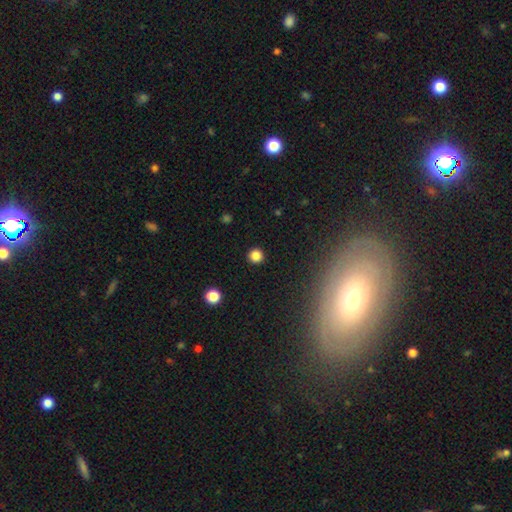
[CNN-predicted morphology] smooth_or_featured: smooth (p=0.84) [alt: star or artifact p=0.13]
how_rounded: round (p=0.95) [alt: in between p=0.04]
merging: none (p=0.92) [alt: minor disturbance p=0.05]